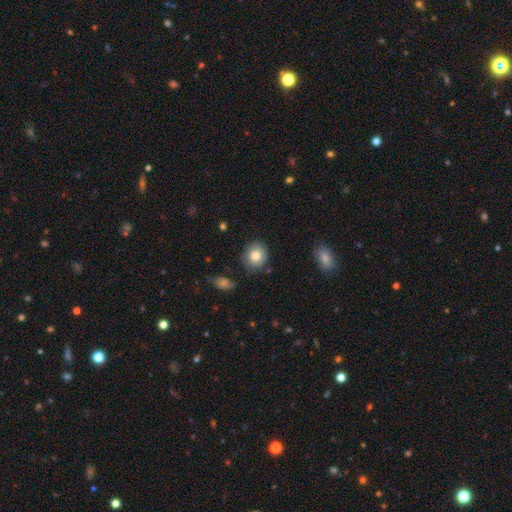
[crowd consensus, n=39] Smooth or featured: smooth — 82% (star or artifact — 10%)
How rounded: round — 59% (in between — 41%)
Merging: none — 91% (minor disturbance — 3%)